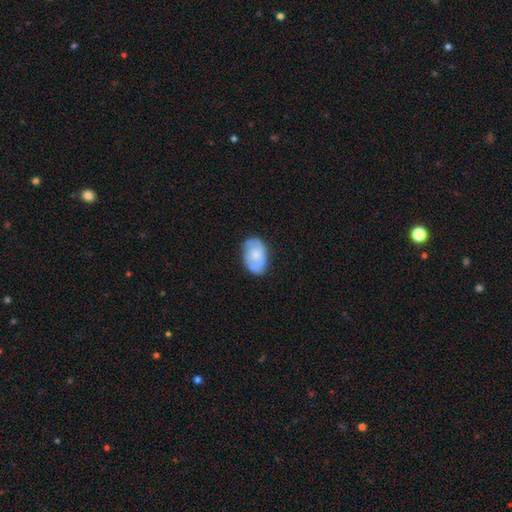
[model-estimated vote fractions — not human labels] This is possibly a featured or disk galaxy (51%). It is clearly not viewed edge-on (96%). Merging: likely none (68%).